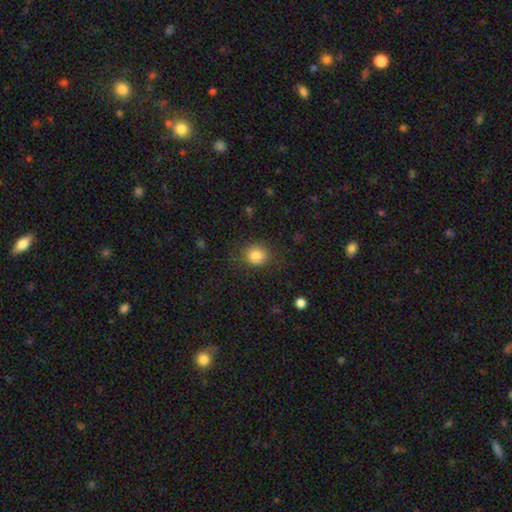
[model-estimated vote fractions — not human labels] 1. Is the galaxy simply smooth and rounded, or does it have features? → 84% smooth, 10% star or artifact, 6% featured or disk.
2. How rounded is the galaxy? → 80% round, 19% in between, 1% cigar-shaped.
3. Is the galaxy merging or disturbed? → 83% none, 12% minor disturbance, 4% major disturbance, 1% merger.